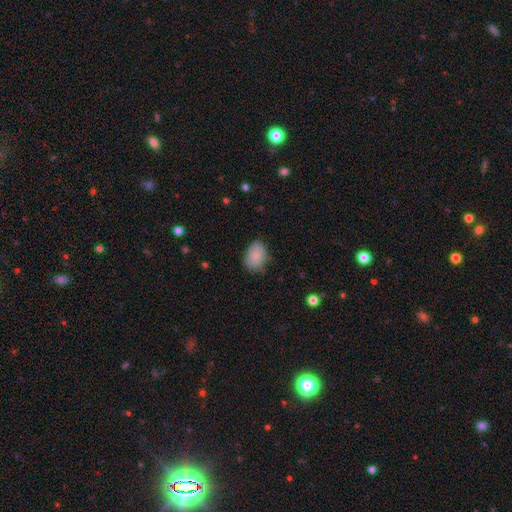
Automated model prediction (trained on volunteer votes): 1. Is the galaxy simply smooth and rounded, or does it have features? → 85% smooth, 8% featured or disk, 7% star or artifact.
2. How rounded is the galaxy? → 78% in between, 21% round, 1% cigar-shaped.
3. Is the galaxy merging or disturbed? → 71% none, 23% minor disturbance, 5% major disturbance, 1% merger.